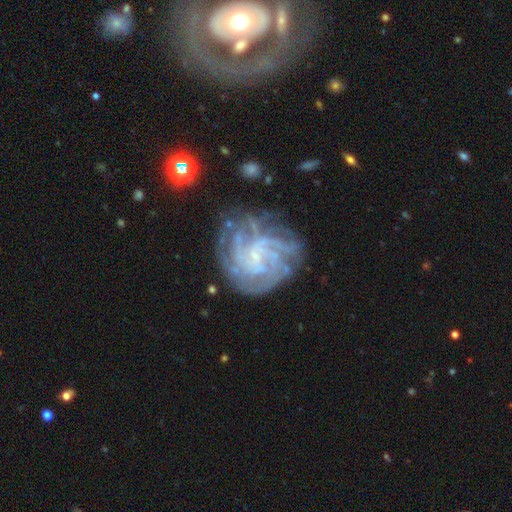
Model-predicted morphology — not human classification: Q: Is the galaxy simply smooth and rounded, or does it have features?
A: featured or disk — 86%.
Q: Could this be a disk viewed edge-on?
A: no — 98%.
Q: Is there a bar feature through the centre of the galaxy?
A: no — 62%.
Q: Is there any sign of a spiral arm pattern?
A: yes — 96%.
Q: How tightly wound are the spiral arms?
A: tight — 65%.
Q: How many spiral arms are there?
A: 4 — 27%.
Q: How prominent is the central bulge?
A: small — 78%.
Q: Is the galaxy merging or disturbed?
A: none — 69%.